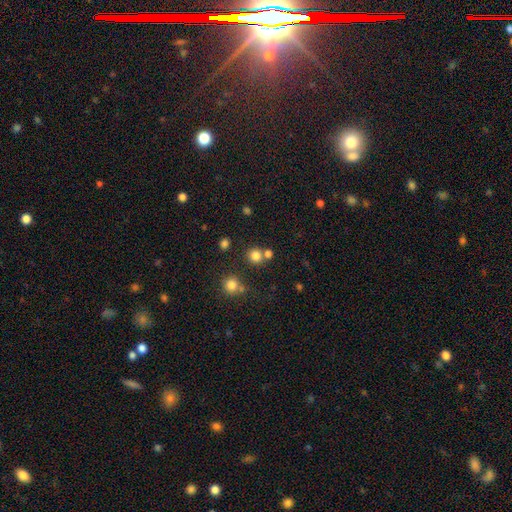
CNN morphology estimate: smooth-or-featured: smooth: 79% | star or artifact: 15% | featured or disk: 6%
  how-rounded: round: 89% | in between: 10% | cigar-shaped: 1%
  merging: none: 70% | merger: 19% | minor disturbance: 8% | major disturbance: 3%